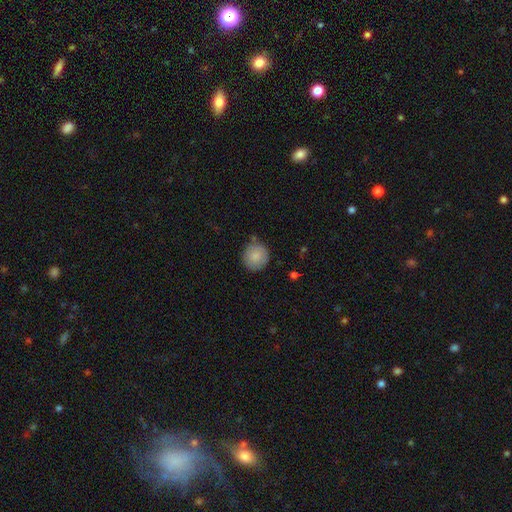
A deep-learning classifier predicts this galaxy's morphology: Smooth or featured?
  - smooth: 86% *
  - star or artifact: 7%
  - featured or disk: 7%
How rounded?
  - round: 91% *
  - in between: 8%
  - cigar-shaped: 1%
Merging?
  - none: 82% *
  - minor disturbance: 12%
  - merger: 3%
  - major disturbance: 3%